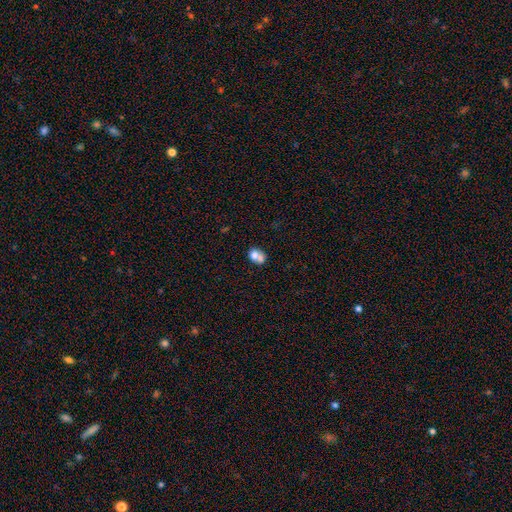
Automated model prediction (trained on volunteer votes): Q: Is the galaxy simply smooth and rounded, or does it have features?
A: smooth — 68%.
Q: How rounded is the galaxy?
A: round — 54%.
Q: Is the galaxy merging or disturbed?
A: merger — 58%.